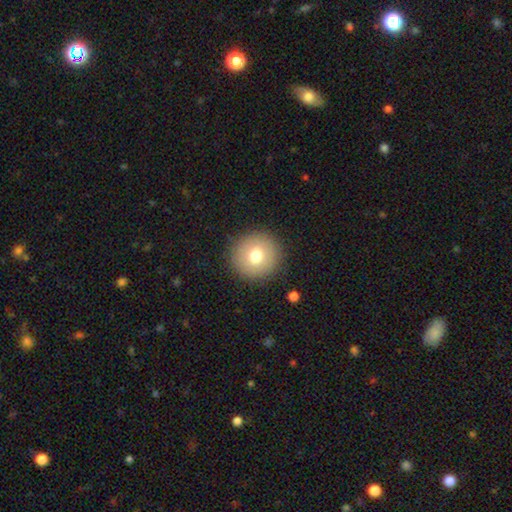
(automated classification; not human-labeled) smooth 75%, featured or disk 15%, star or artifact 10%. Down the decision tree: how rounded — round (95%); merging — none (90%).